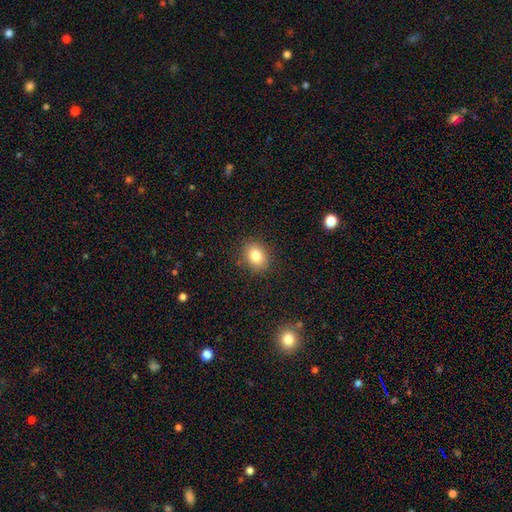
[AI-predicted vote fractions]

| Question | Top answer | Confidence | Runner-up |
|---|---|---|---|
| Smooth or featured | smooth | 81% | star or artifact (10%) |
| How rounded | in between | 56% | round (44%) |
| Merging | none | 87% | minor disturbance (9%) |